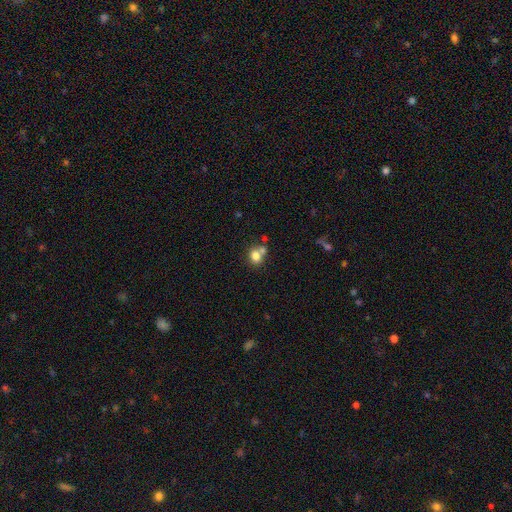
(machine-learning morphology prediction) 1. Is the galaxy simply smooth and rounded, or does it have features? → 77% smooth, 11% star or artifact, 11% featured or disk.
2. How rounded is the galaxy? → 65% round, 34% in between, 1% cigar-shaped.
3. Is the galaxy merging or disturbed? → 48% none, 38% merger, 10% minor disturbance, 4% major disturbance.